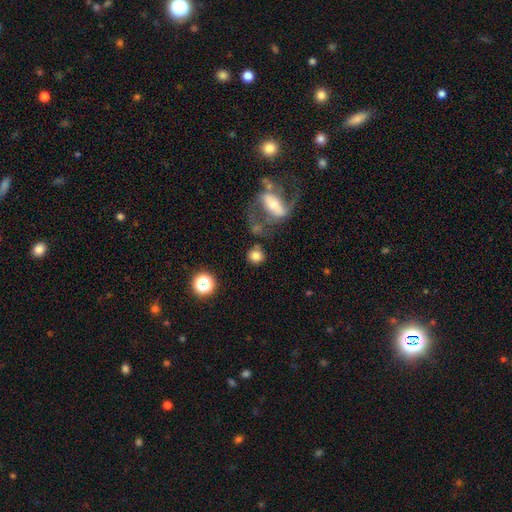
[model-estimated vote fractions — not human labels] smooth 74%, featured or disk 15%, star or artifact 12%. Down the decision tree: how rounded — round (82%); merging — none (69%).